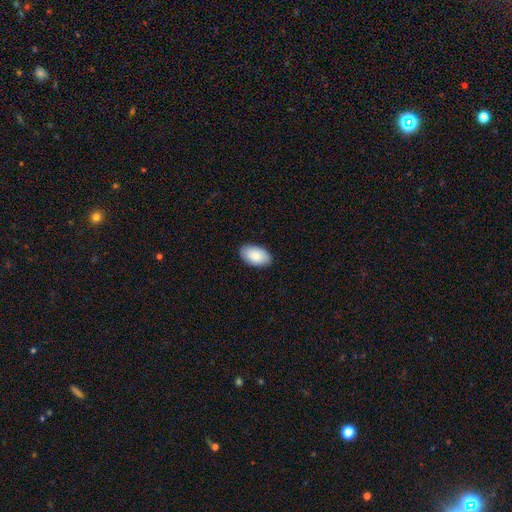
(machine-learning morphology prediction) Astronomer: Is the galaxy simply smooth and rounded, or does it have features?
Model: smooth — 87%.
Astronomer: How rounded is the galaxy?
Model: in between — 95%.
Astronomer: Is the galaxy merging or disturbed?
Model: none — 87%.